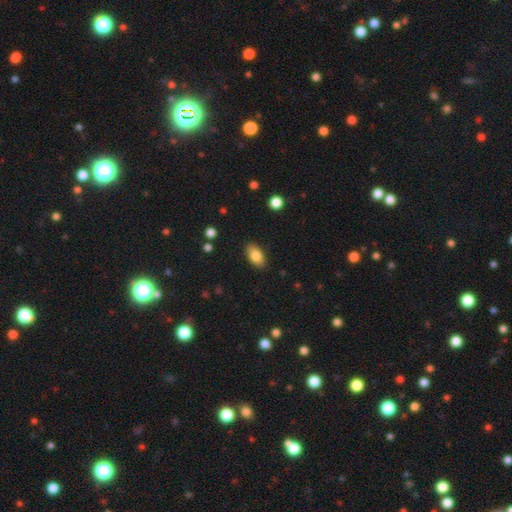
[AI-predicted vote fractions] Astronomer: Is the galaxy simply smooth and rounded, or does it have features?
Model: smooth — 83%.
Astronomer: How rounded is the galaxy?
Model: in between — 91%.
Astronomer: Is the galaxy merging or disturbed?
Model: none — 87%.